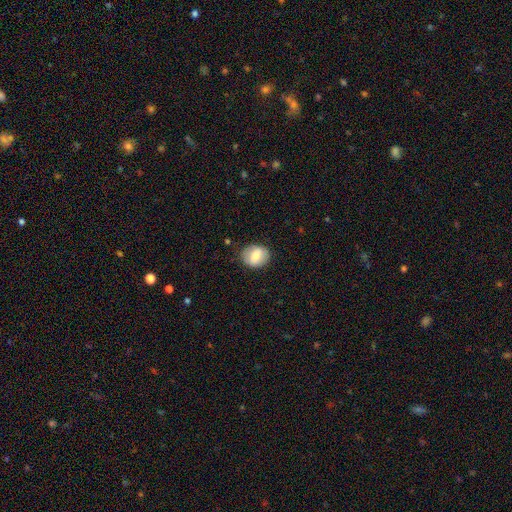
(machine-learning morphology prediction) Smooth or featured: smooth — 68% (featured or disk — 25%)
How rounded: round — 60% (in between — 39%)
Merging: none — 81% (minor disturbance — 14%)